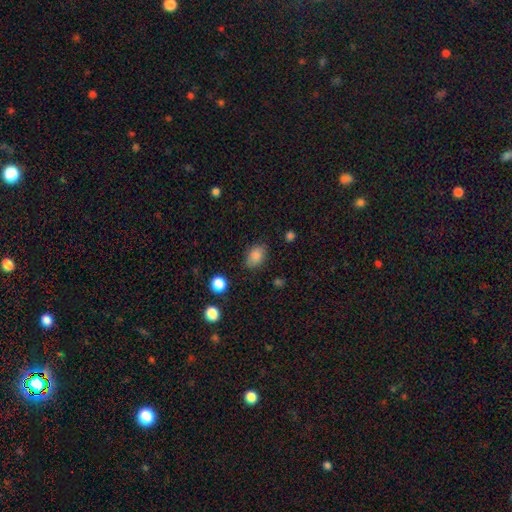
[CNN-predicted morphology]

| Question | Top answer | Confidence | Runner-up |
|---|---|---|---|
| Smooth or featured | smooth | 84% | star or artifact (10%) |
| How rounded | in between | 78% | round (21%) |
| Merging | none | 79% | minor disturbance (15%) |